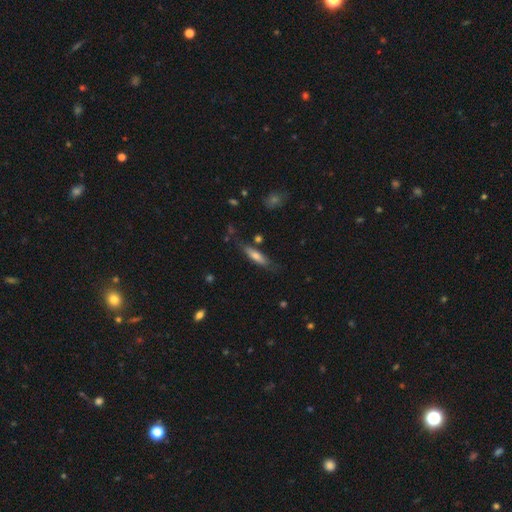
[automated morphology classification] A smooth galaxy with no disk features (64%) that is cigar-shaped (66%).

Vote fractions:
- Smooth or featured? smooth: 64% / featured or disk: 29% / star or artifact: 7%
- How rounded? cigar-shaped: 66% / in between: 32% / round: 2%
- Merging? none: 70% / minor disturbance: 20% / major disturbance: 5% / merger: 5%